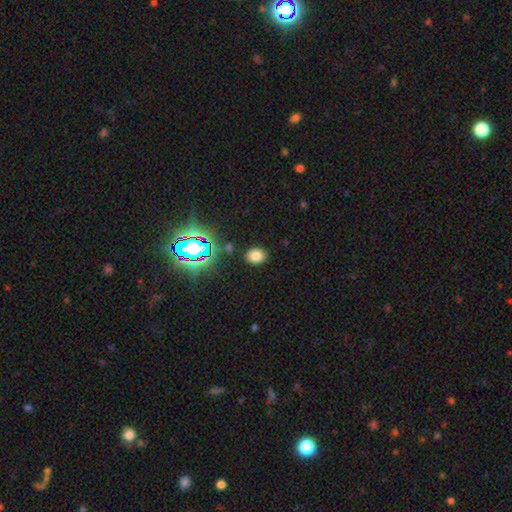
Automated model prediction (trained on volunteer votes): Smooth or featured?
  - smooth: 74% *
  - star or artifact: 19%
  - featured or disk: 7%
How rounded?
  - in between: 52% *
  - round: 47%
  - cigar-shaped: 1%
Merging?
  - none: 87% *
  - minor disturbance: 8%
  - major disturbance: 3%
  - merger: 2%